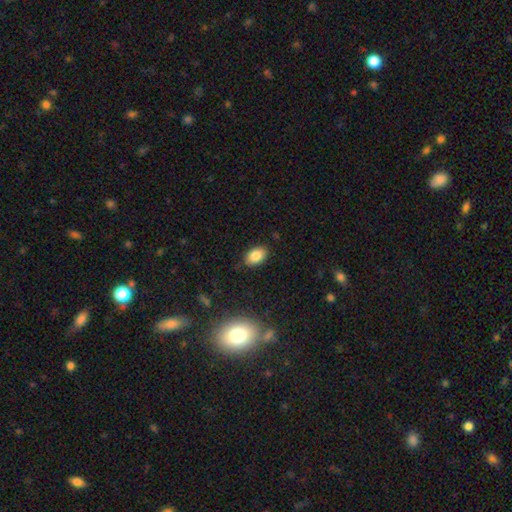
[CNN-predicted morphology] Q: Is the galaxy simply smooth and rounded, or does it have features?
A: smooth — 84%.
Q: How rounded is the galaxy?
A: in between — 88%.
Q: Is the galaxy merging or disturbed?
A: none — 85%.